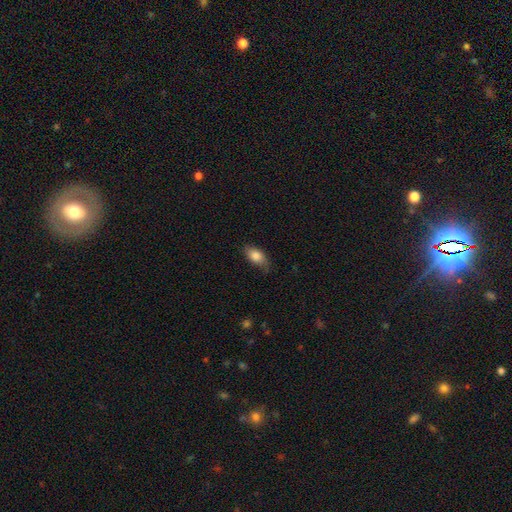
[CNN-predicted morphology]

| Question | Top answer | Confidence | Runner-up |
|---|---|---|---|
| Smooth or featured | smooth | 84% | featured or disk (9%) |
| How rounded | in between | 89% | round (7%) |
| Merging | none | 74% | minor disturbance (21%) |